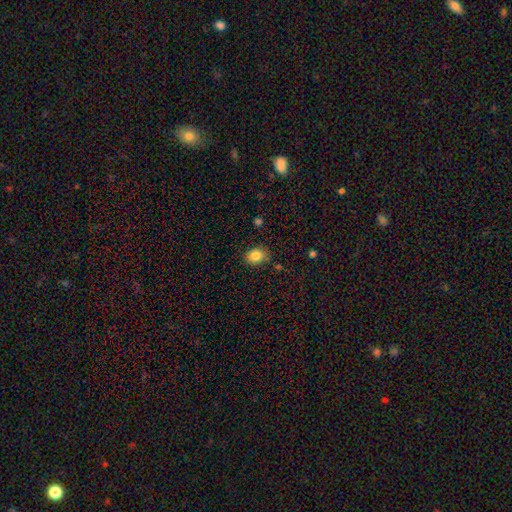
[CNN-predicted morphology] Smooth or featured?
  - smooth: 85% *
  - star or artifact: 10%
  - featured or disk: 6%
How rounded?
  - in between: 54% *
  - round: 45%
  - cigar-shaped: 1%
Merging?
  - none: 83% *
  - minor disturbance: 12%
  - major disturbance: 3%
  - merger: 2%